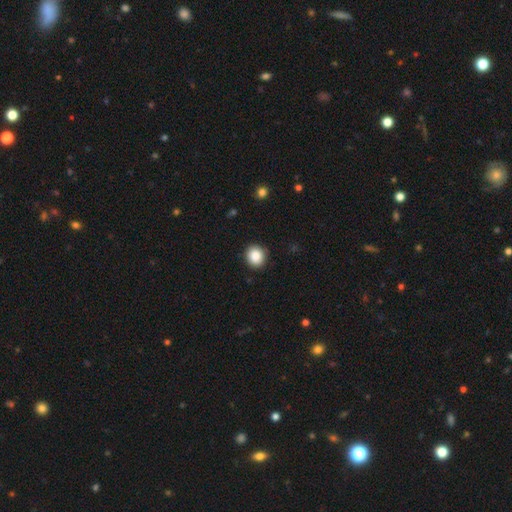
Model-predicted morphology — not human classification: Smooth or featured? smooth (86%)
How rounded? round (81%)
Merging? none (90%)